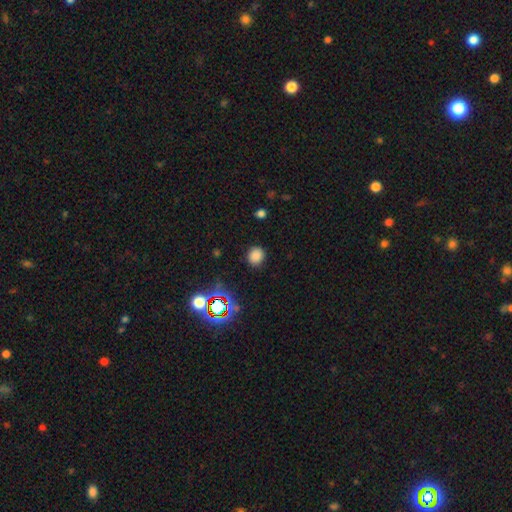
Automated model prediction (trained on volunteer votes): Smooth or featured?
  - smooth: 78% *
  - star or artifact: 17%
  - featured or disk: 4%
How rounded?
  - round: 80% *
  - in between: 19%
  - cigar-shaped: 1%
Merging?
  - none: 87% *
  - minor disturbance: 9%
  - major disturbance: 3%
  - merger: 1%